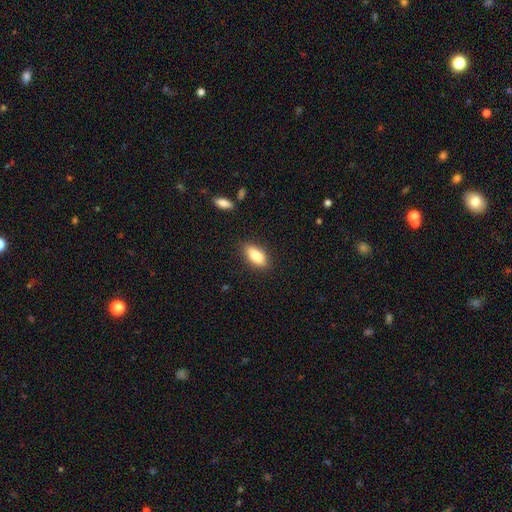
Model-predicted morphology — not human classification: Smooth or featured? smooth (81%)
How rounded? in between (83%)
Merging? none (87%)